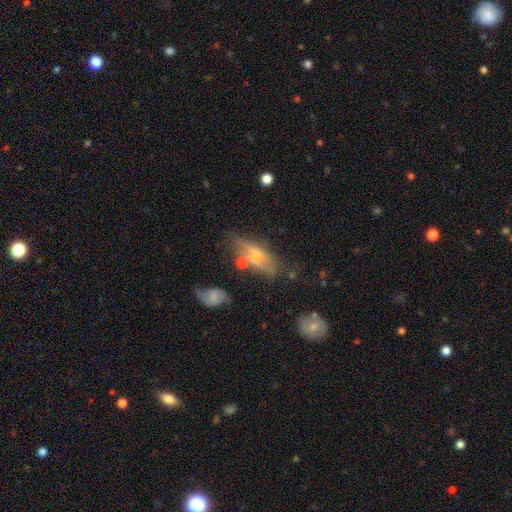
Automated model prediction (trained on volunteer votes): This is possibly a featured or disk galaxy (51%). It is likely viewed edge-on (66%). Merging: possibly none (58%).